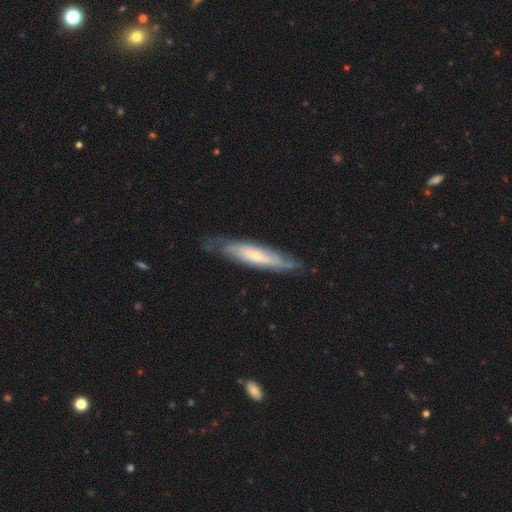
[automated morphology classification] Smooth or featured? featured or disk (63%)
Edge-on disk? no (54%)
Merging? none (70%)